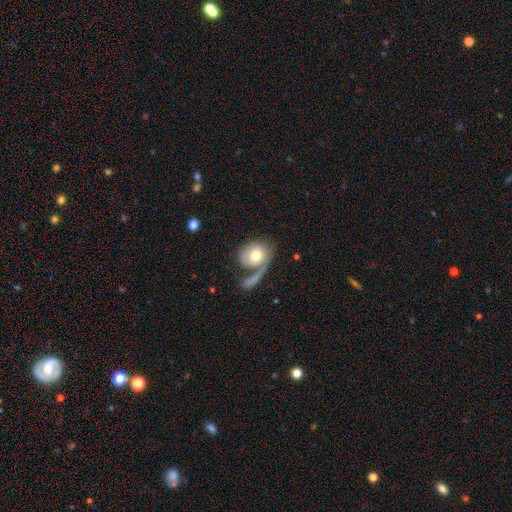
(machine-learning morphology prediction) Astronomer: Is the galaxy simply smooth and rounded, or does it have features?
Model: smooth — 61%.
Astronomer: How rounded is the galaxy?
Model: round — 64%.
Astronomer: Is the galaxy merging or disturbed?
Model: none — 38% (runner-up: major disturbance, 26%).